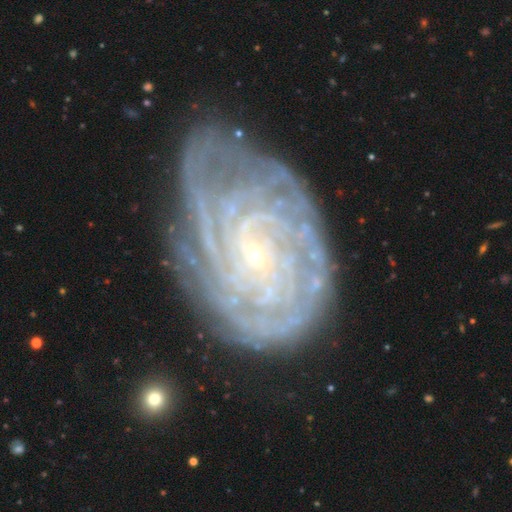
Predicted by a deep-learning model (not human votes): The model was most divided on "spiral arm count": can't tell: 28%, 4: 21%, more than 4: 20%, 3: 13%, 2: 11%, 1: 8%. More confident: spiral arms — yes (97%); edge-on disk — no (97%); bulge size — small (89%); smooth or featured — featured or disk (88%); spiral winding — tight (80%); bar — no (71%); merging — none (62%).